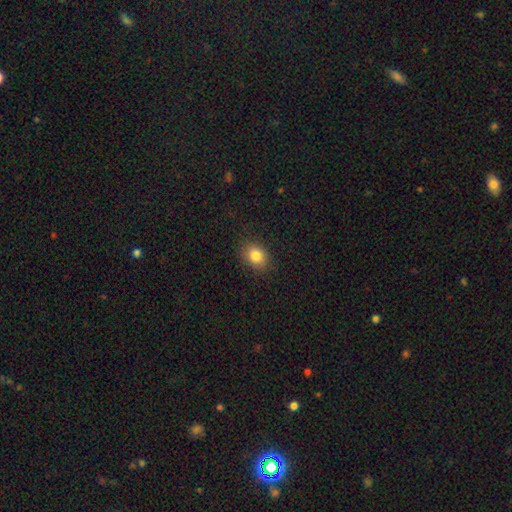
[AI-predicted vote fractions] smooth 83%, star or artifact 10%, featured or disk 7%. Down the decision tree: how rounded — in between (56%); merging — none (86%).